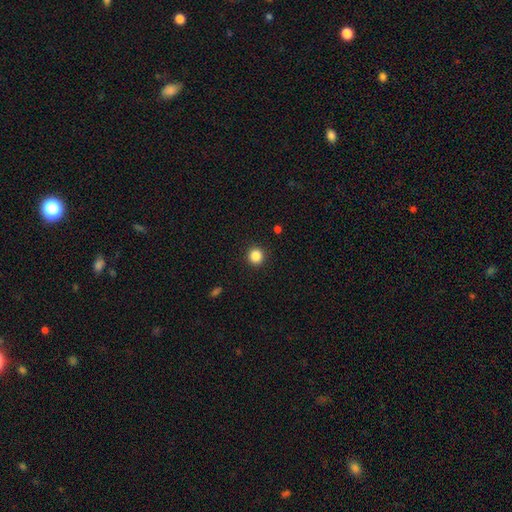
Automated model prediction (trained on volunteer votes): Overall: smooth (86%). How rounded: round (93%). Merging: none (92%).